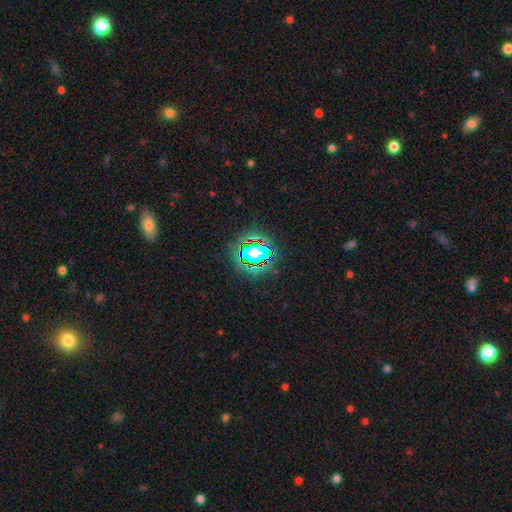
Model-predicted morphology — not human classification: Overall: star or artifact (59%; smooth 28%).